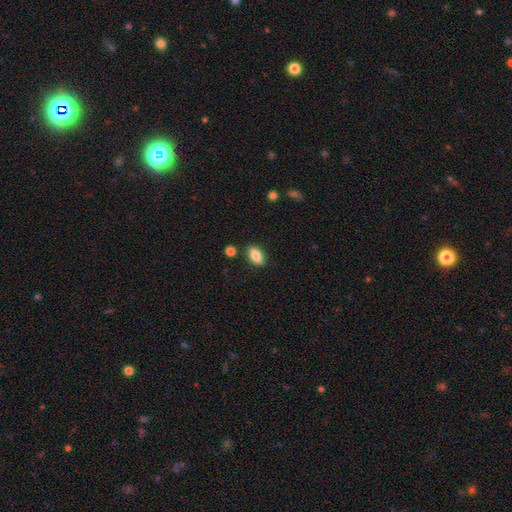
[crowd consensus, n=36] This appears to be a smooth galaxy with no disk features (92%) that is in between round and cigar-shaped (76%). Merging: none (74%).